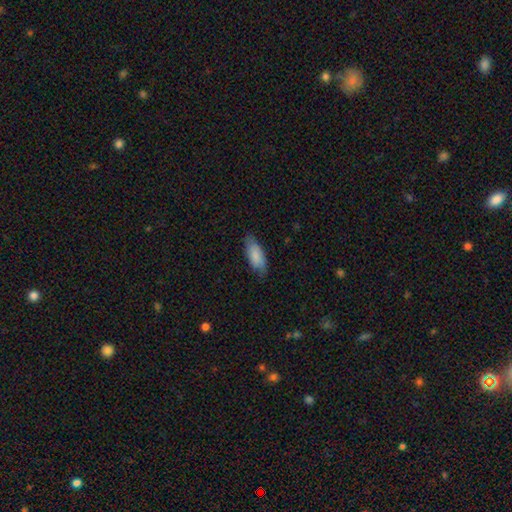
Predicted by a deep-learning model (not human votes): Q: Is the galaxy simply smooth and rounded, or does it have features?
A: smooth — 78%.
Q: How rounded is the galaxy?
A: in between — 82%.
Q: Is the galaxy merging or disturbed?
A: none — 73%.